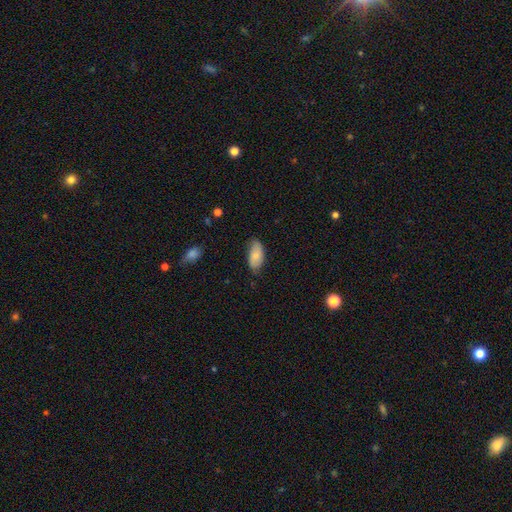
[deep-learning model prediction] This appears to be a smooth galaxy with no disk features (76%) that is in between round and cigar-shaped (93%). Merging: none (72%).